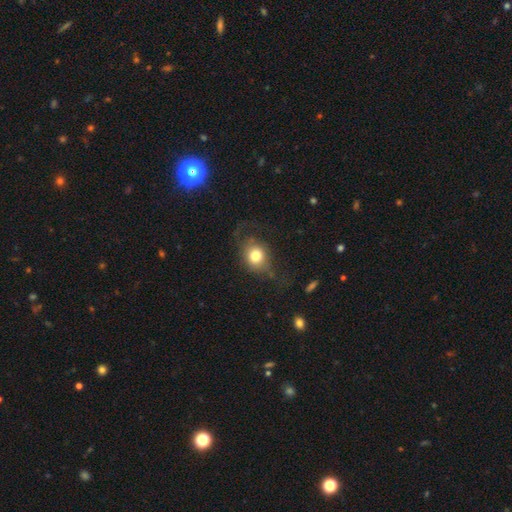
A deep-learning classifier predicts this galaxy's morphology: smooth 73%, featured or disk 17%, star or artifact 10%. Down the decision tree: how rounded — round (63%); merging — none (56%).